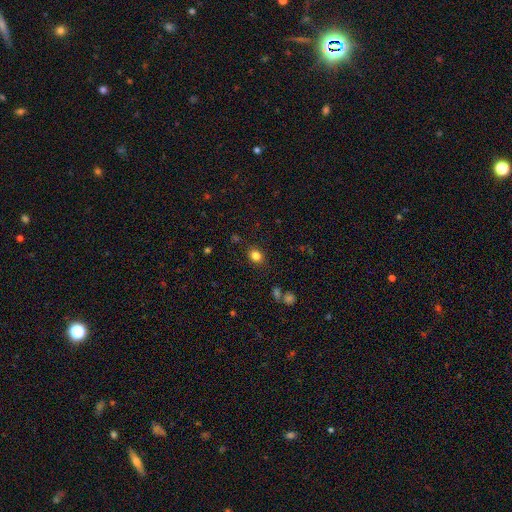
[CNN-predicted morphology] A smooth galaxy with no disk features (82%) that is round (60%). Merging: none (86%).